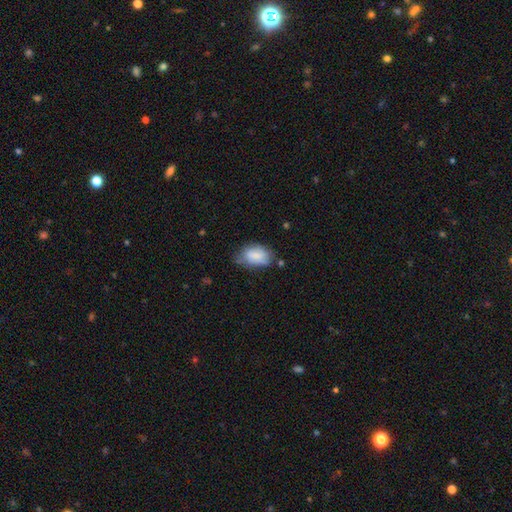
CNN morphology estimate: type=smooth (79%); roundness=in between (89%); merging=none (50%).